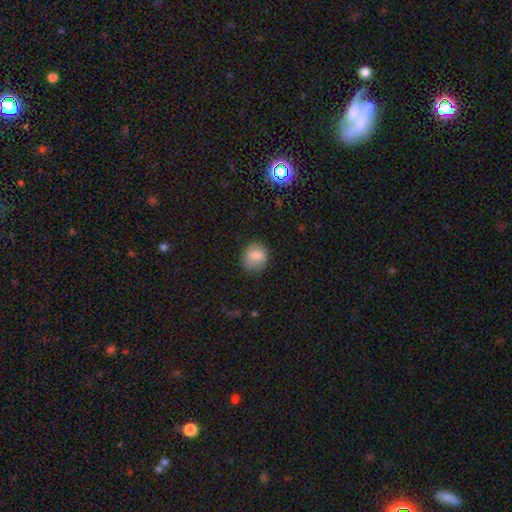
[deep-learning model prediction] Smooth or featured: smooth — 82% (star or artifact — 9%)
How rounded: round — 74% (in between — 25%)
Merging: none — 72% (minor disturbance — 20%)